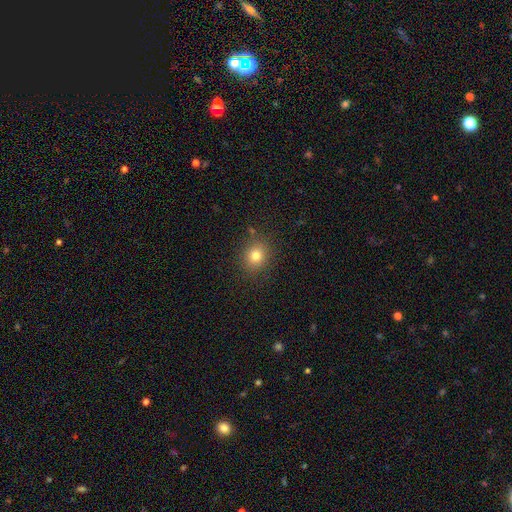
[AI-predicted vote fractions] Smooth or featured?
  - smooth: 79% *
  - star or artifact: 13%
  - featured or disk: 8%
How rounded?
  - round: 73% *
  - in between: 26%
  - cigar-shaped: 1%
Merging?
  - none: 85% *
  - minor disturbance: 10%
  - major disturbance: 3%
  - merger: 2%